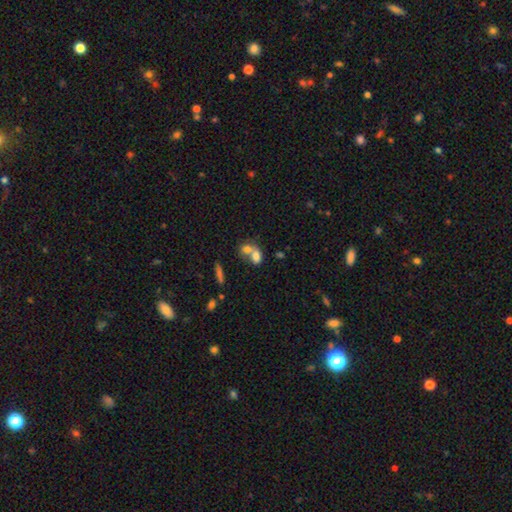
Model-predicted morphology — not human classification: Smooth or featured?
  - smooth: 72% *
  - featured or disk: 18%
  - star or artifact: 10%
How rounded?
  - in between: 71% *
  - round: 26%
  - cigar-shaped: 2%
Merging?
  - merger: 69% *
  - none: 21%
  - minor disturbance: 6%
  - major disturbance: 4%